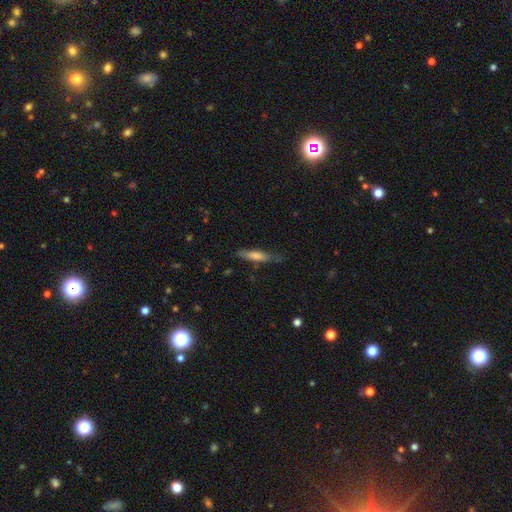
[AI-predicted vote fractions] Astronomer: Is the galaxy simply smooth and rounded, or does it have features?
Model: smooth — 65%.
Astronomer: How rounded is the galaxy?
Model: cigar-shaped — 83%.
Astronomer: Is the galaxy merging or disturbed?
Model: none — 75%.